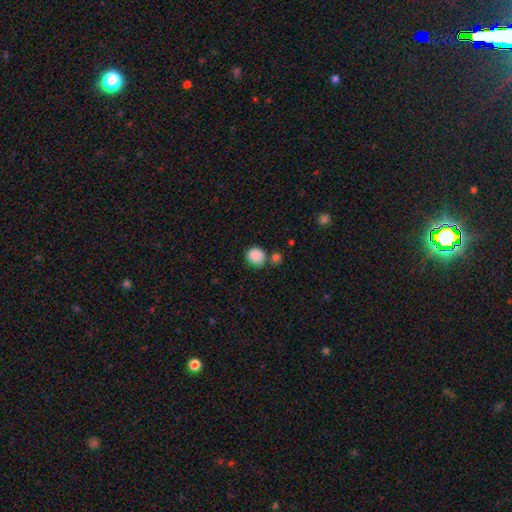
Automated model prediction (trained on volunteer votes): Overall: smooth (88%). How rounded: round (79%). Merging: none (67%).